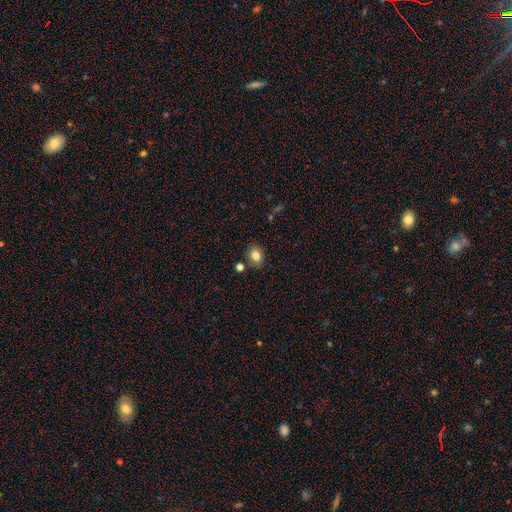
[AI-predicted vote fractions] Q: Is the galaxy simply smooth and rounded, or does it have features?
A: smooth — 81%.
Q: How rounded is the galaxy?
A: in between — 53%.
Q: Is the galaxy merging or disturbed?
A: none — 79%.